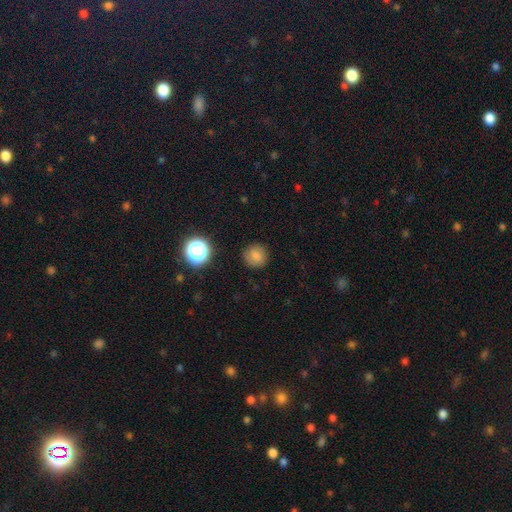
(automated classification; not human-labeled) Q: Smooth or featured?
A: smooth (79%); runner-up: star or artifact (13%)
Q: How rounded?
A: round (92%); runner-up: in between (7%)
Q: Merging?
A: none (87%); runner-up: minor disturbance (9%)